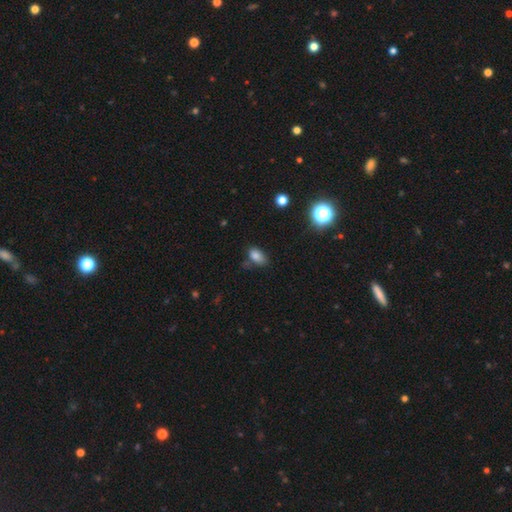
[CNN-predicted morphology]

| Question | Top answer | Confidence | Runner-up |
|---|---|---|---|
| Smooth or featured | smooth | 81% | star or artifact (12%) |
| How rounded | in between | 89% | round (9%) |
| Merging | none | 64% | minor disturbance (22%) |